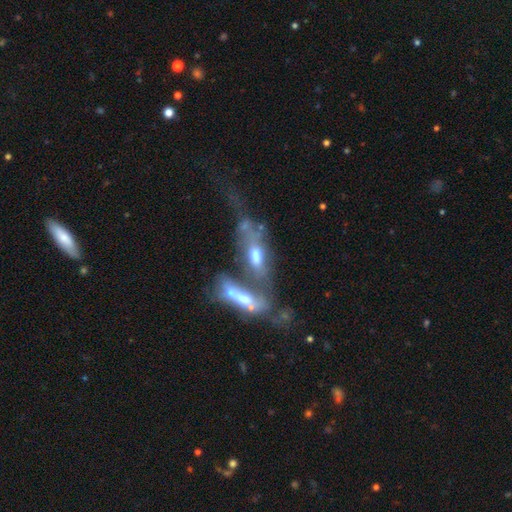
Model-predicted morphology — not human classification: This appears to be a featured or disk galaxy (52%). Merging: merger (64%).